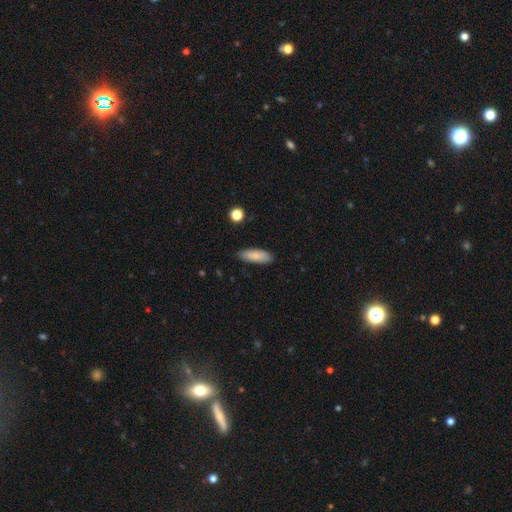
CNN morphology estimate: smooth-or-featured: smooth: 84% | featured or disk: 10% | star or artifact: 6%
  how-rounded: in between: 67% | cigar-shaped: 32% | round: 2%
  merging: none: 82% | minor disturbance: 15% | major disturbance: 2% | merger: 1%